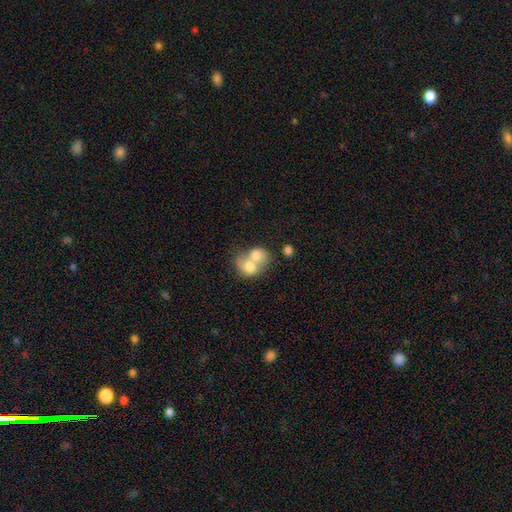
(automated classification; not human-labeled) smooth_or_featured: smooth (p=0.68) [alt: featured or disk p=0.25]
how_rounded: round (p=0.51) [alt: in between p=0.48]
merging: merger (p=0.80) [alt: none p=0.11]